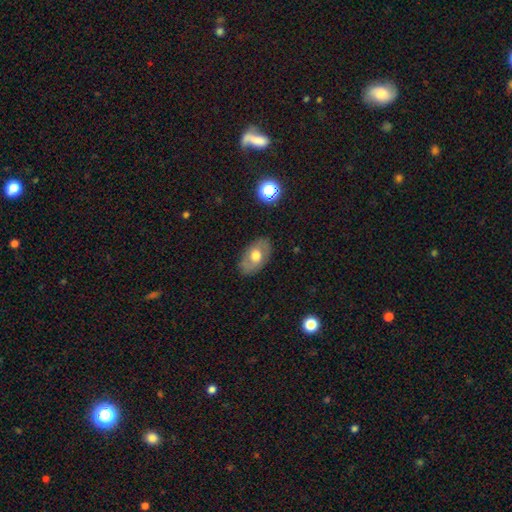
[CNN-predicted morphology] Q: Smooth or featured?
A: smooth (56%); runner-up: featured or disk (36%)
Q: How rounded?
A: in between (88%); runner-up: round (11%)
Q: Merging?
A: none (81%); runner-up: minor disturbance (14%)